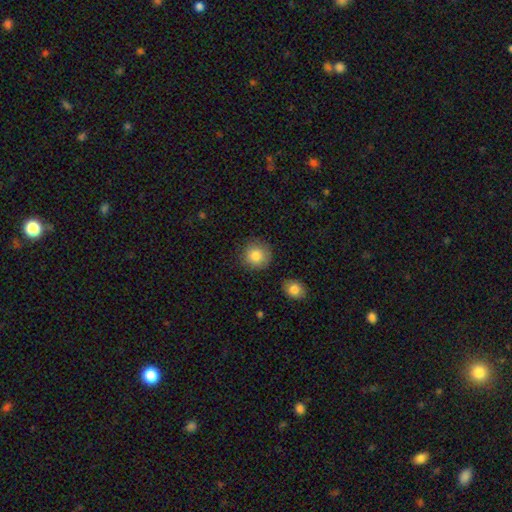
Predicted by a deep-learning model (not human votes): This is clearly a smooth galaxy (84%). How rounded: clearly round (92%). Merging: clearly none (84%).